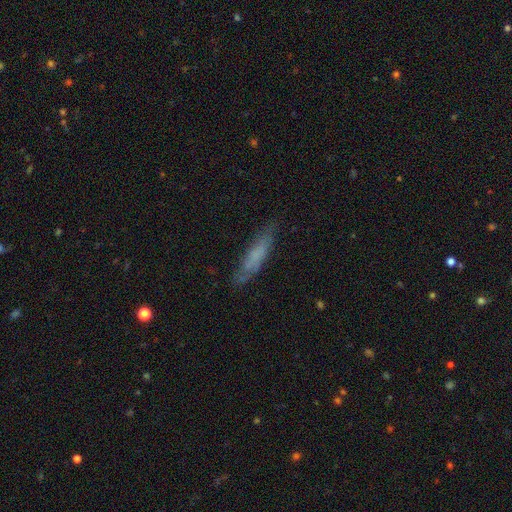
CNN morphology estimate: smooth 58%, featured or disk 34%, star or artifact 9%. Down the decision tree: how rounded — cigar-shaped (80%); merging — none (73%).